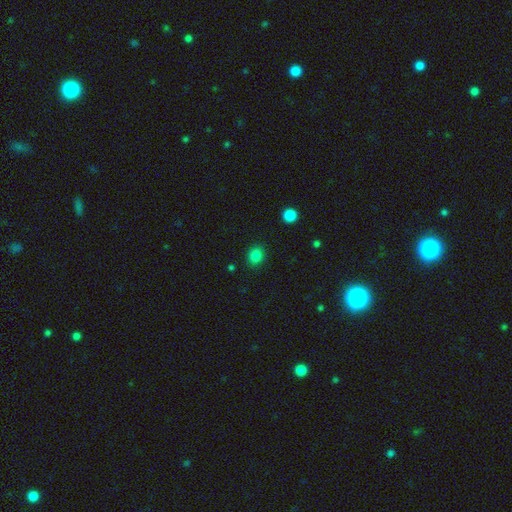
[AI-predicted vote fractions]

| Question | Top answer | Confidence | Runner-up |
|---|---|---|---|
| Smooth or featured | smooth | 84% | star or artifact (12%) |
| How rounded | round | 65% | in between (34%) |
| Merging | none | 89% | minor disturbance (7%) |